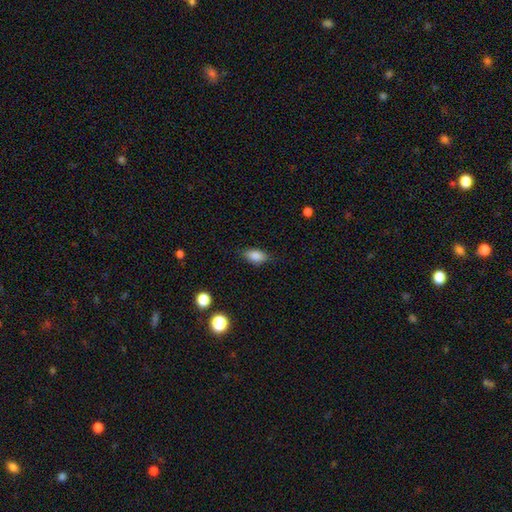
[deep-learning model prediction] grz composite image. It shows a smooth galaxy with no disk features (84%) that is in between round and cigar-shaped (87%). Merging: none (79%).